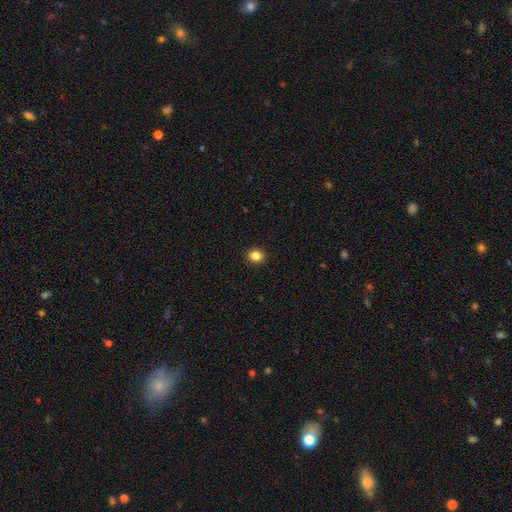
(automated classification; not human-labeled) Overall: smooth (85%). How rounded: round (79%). Merging: none (92%).